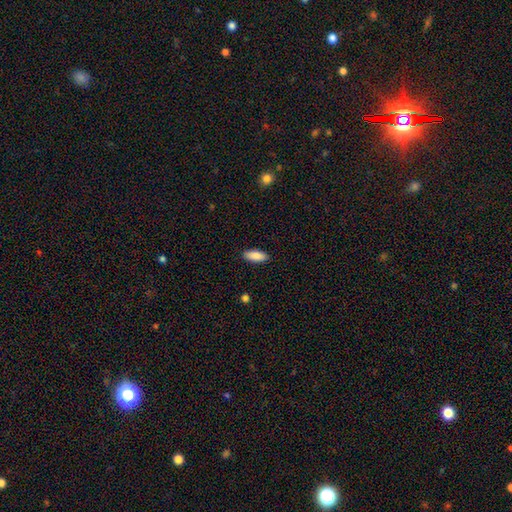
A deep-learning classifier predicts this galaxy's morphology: Smooth or featured?
  - smooth: 88% *
  - featured or disk: 6%
  - star or artifact: 6%
How rounded?
  - in between: 80% *
  - cigar-shaped: 18%
  - round: 2%
Merging?
  - none: 89% *
  - minor disturbance: 8%
  - major disturbance: 2%
  - merger: 1%